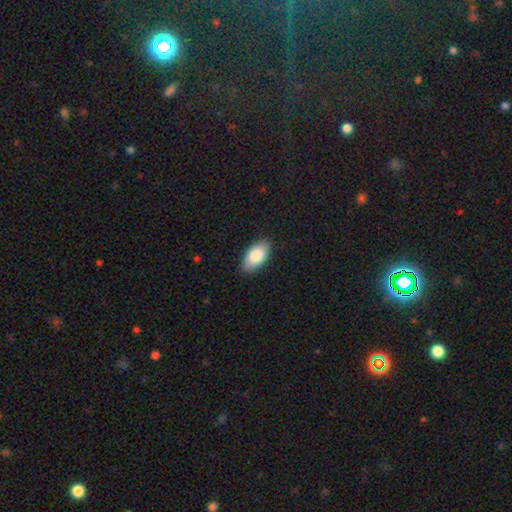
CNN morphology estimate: This is clearly a smooth galaxy (85%). How rounded: clearly in between (95%). Merging: clearly none (87%).